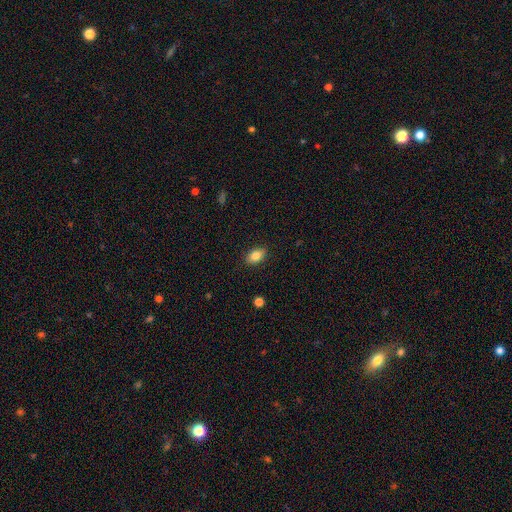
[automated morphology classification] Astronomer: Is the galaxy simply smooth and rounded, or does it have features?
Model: smooth — 85%.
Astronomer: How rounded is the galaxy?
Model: in between — 88%.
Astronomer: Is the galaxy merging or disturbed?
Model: none — 89%.